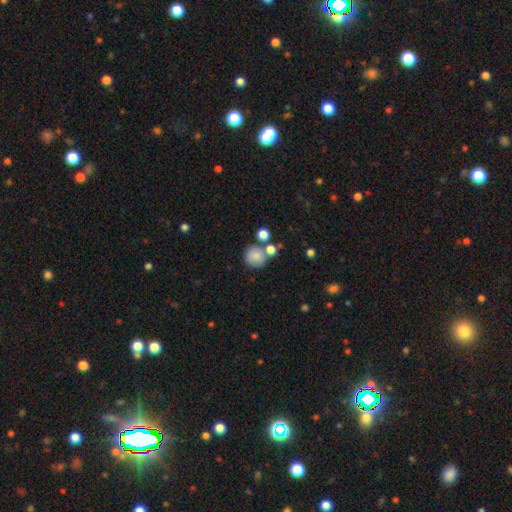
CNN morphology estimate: smooth 81%, star or artifact 10%, featured or disk 9%. Down the decision tree: how rounded — round (90%); merging — none (62%).